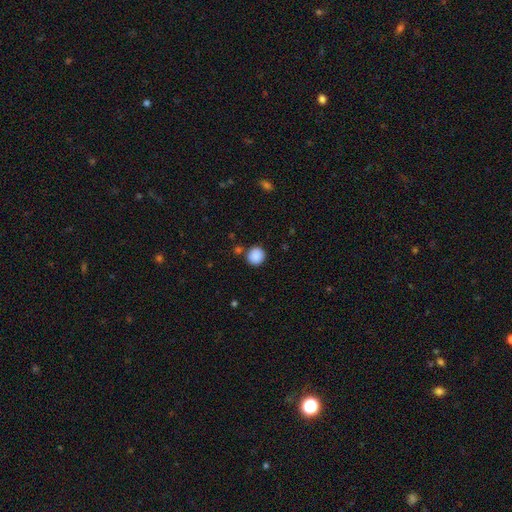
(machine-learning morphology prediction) A smooth galaxy with no disk features (88%) that is round (92%). Merging: none (83%).